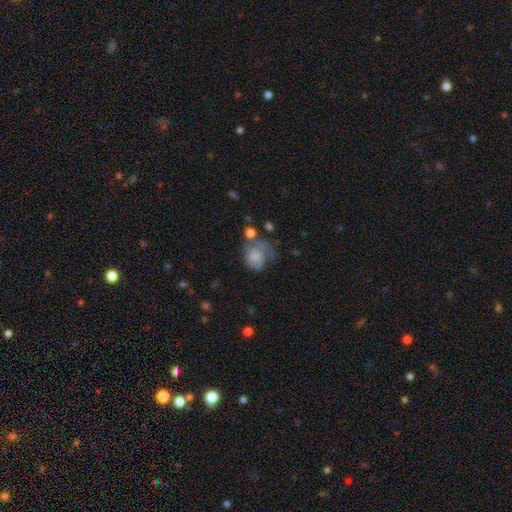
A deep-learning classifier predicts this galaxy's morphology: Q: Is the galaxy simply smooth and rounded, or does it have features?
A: smooth — 62%.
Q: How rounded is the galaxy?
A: round — 52%.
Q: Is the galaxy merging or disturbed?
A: major disturbance — 41%.